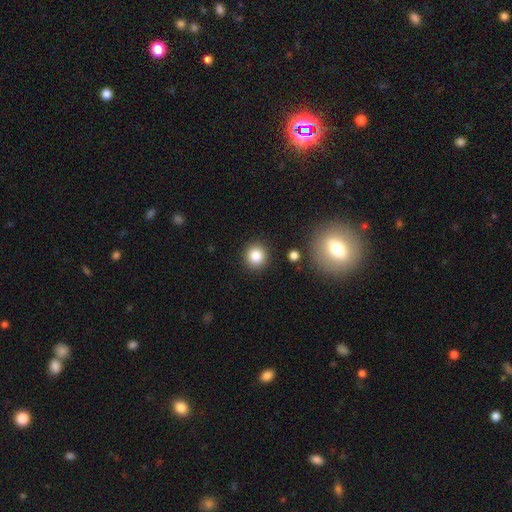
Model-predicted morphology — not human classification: smooth-or-featured: smooth: 85% | star or artifact: 10% | featured or disk: 5%
  how-rounded: round: 91% | in between: 8% | cigar-shaped: 1%
  merging: none: 88% | minor disturbance: 7% | major disturbance: 3% | merger: 2%